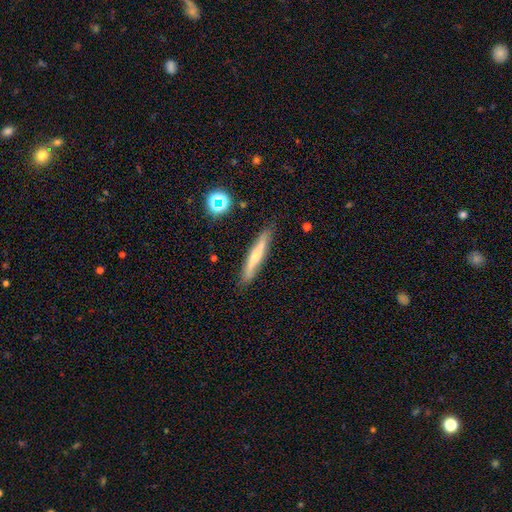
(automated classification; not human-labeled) Smooth or featured? Predicted: featured or disk (p=0.52). Edge-on disk? Predicted: yes (p=0.83). Merging? Predicted: none (p=0.84).